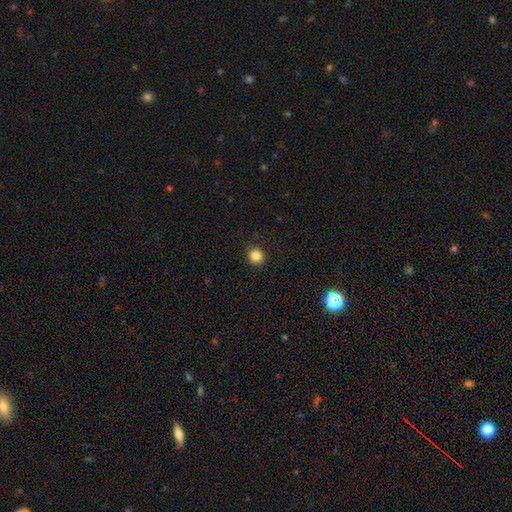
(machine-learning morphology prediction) This appears to be a smooth galaxy with no disk features (86%) that is round (93%). Merging: none (92%).